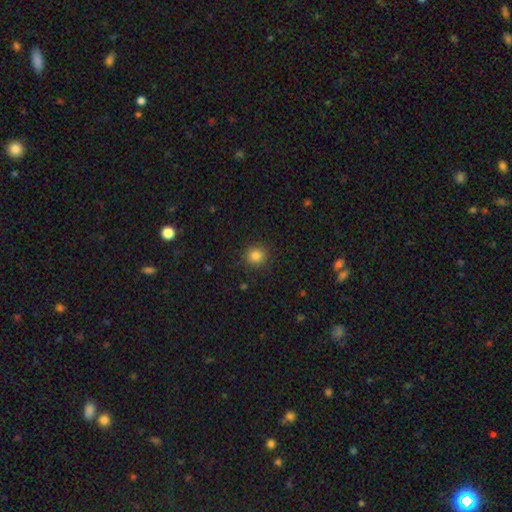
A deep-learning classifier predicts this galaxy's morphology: Smooth or featured? smooth (84%)
How rounded? round (90%)
Merging? none (89%)